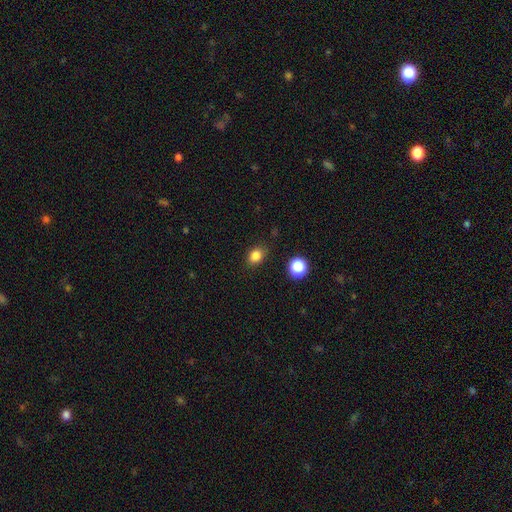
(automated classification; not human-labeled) Overall: smooth (83%). How rounded: in between (59%; round 39%). Merging: none (83%).